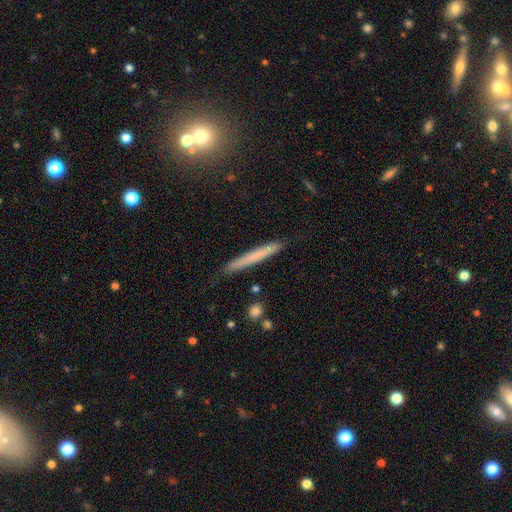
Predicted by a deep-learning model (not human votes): smooth 64%, featured or disk 29%, star or artifact 7%. Down the decision tree: how rounded — cigar-shaped (97%); merging — none (88%).